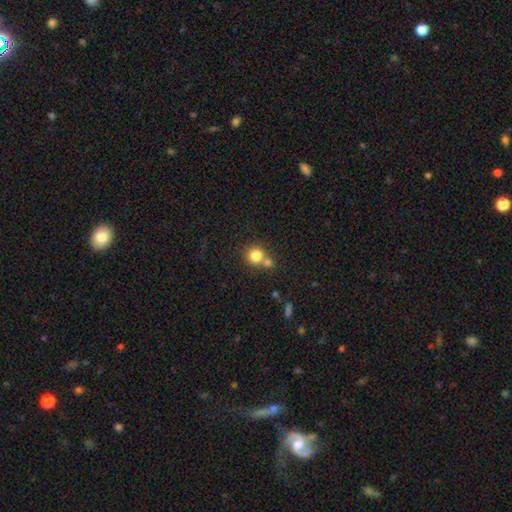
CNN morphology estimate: A smooth galaxy with no disk features (81%) that is round (90%).

Vote fractions:
- Smooth or featured? smooth: 81% / star or artifact: 11% / featured or disk: 8%
- How rounded? round: 90% / in between: 9% / cigar-shaped: 1%
- Merging? none: 52% / merger: 38% / minor disturbance: 7% / major disturbance: 3%